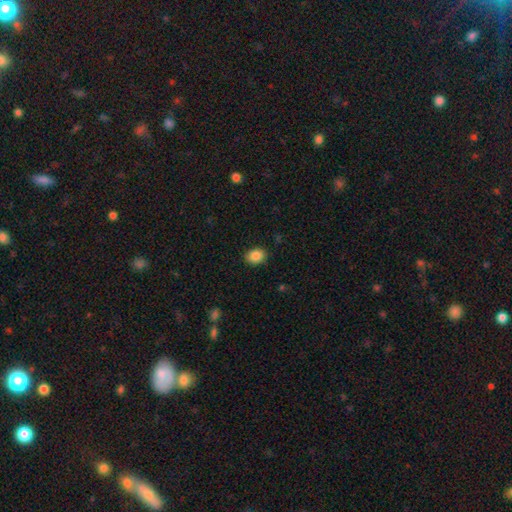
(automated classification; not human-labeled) Smooth or featured?
  - smooth: 87% *
  - star or artifact: 8%
  - featured or disk: 4%
How rounded?
  - in between: 61% *
  - round: 38%
  - cigar-shaped: 1%
Merging?
  - none: 87% *
  - minor disturbance: 9%
  - major disturbance: 2%
  - merger: 1%